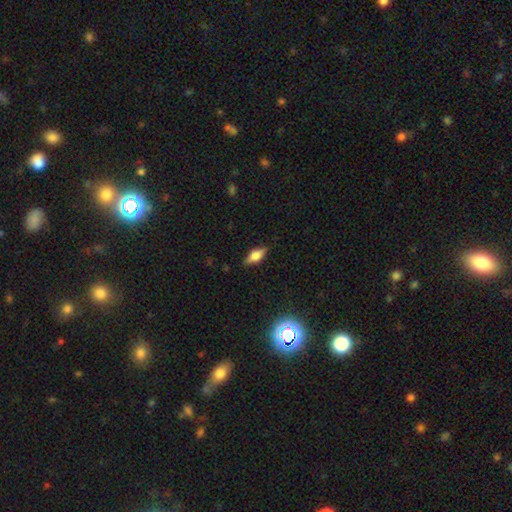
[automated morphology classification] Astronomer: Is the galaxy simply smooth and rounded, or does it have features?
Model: smooth — 57% (runner-up: featured or disk, 33%).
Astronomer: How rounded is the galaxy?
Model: in between — 77%.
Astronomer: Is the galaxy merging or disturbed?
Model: none — 84%.